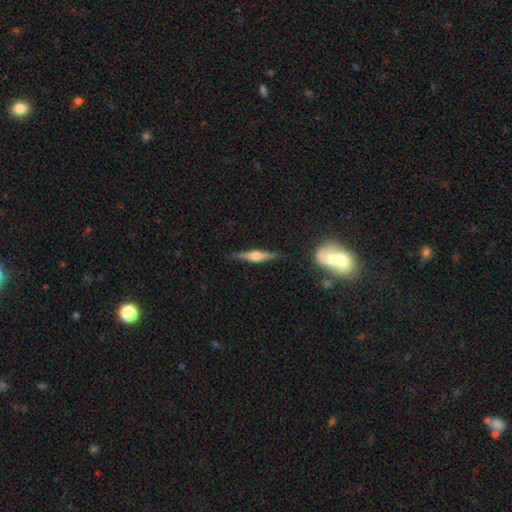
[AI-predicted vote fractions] smooth_or_featured: featured or disk (p=0.68) [alt: smooth p=0.26]
disk_edge_on: yes (p=0.97) [alt: no p=0.03]
edge_on_bulge: rounded (p=0.83) [alt: boxy p=0.12]
merging: none (p=0.87) [alt: minor disturbance p=0.09]